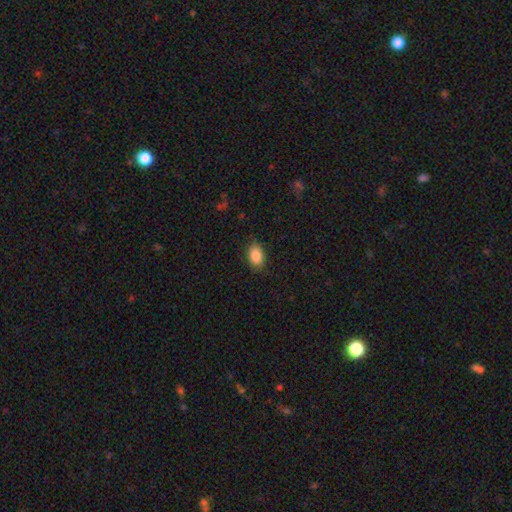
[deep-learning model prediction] This is clearly a smooth galaxy (88%). How rounded: clearly in between (88%). Merging: clearly none (84%).